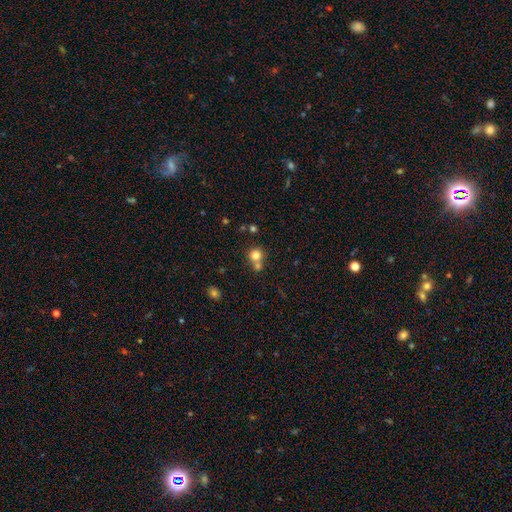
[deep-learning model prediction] Morphology: type=smooth (80%); roundness=round (90%); merging=none (55%).